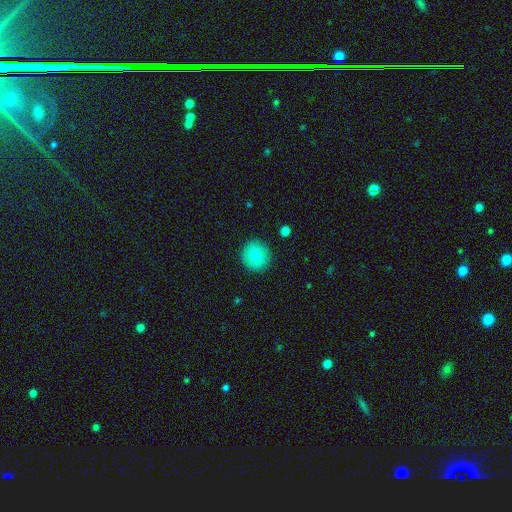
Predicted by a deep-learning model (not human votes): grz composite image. It shows a smooth galaxy with no disk features (77%) that is round (93%). Merging: none (91%).